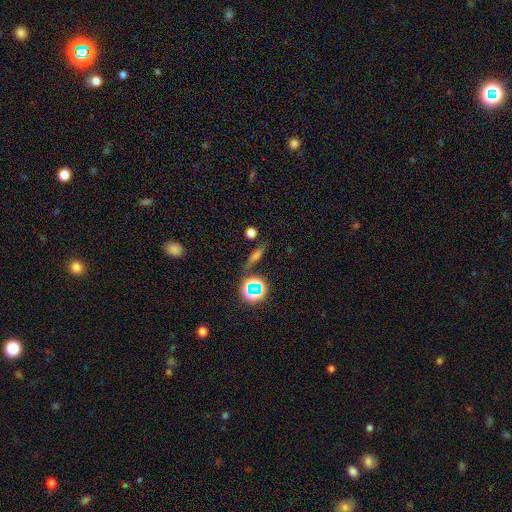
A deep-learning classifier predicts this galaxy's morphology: This appears to be a smooth galaxy with no disk features (50%). Merging: none (76%).